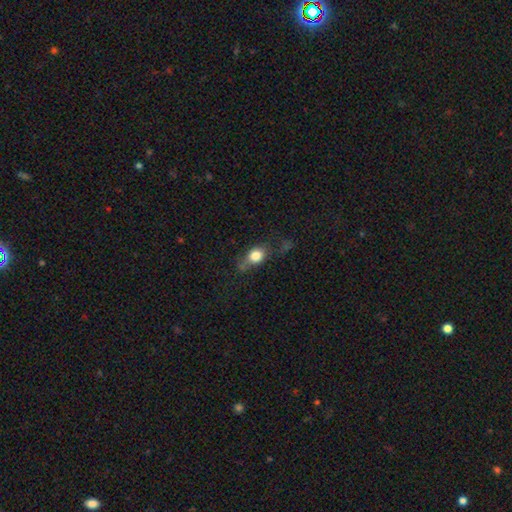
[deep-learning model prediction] A smooth galaxy with no disk features (76%) that is in between round and cigar-shaped (52%).

Vote fractions:
- Smooth or featured? smooth: 76% / featured or disk: 15% / star or artifact: 9%
- How rounded? in between: 52% / round: 41% / cigar-shaped: 6%
- Merging? none: 50% / minor disturbance: 28% / major disturbance: 17% / merger: 4%